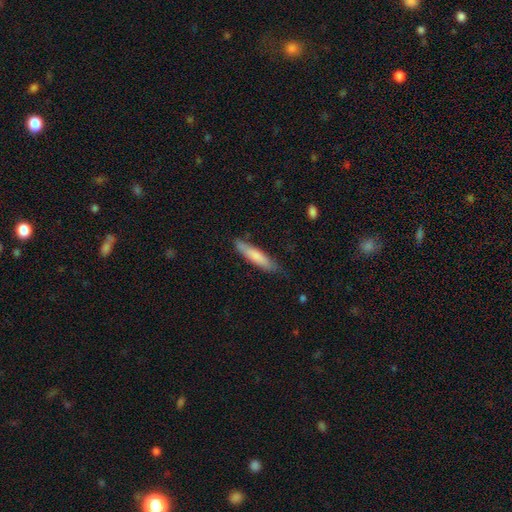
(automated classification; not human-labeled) A smooth galaxy with no disk features (75%) that is cigar-shaped (85%). Merging: none (74%).